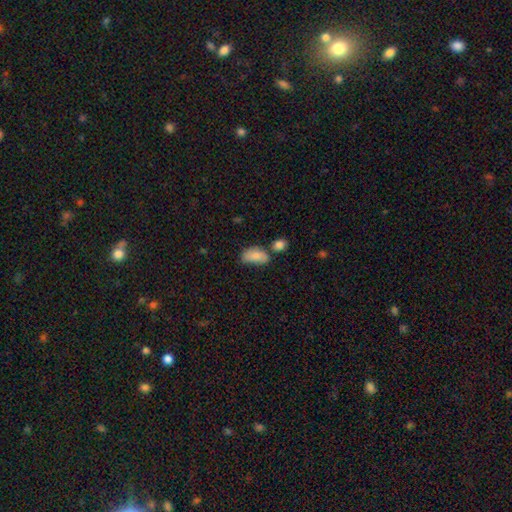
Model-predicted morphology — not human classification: Overall: smooth (81%). How rounded: in between (92%). Merging: none (43%; minor disturbance 31%).